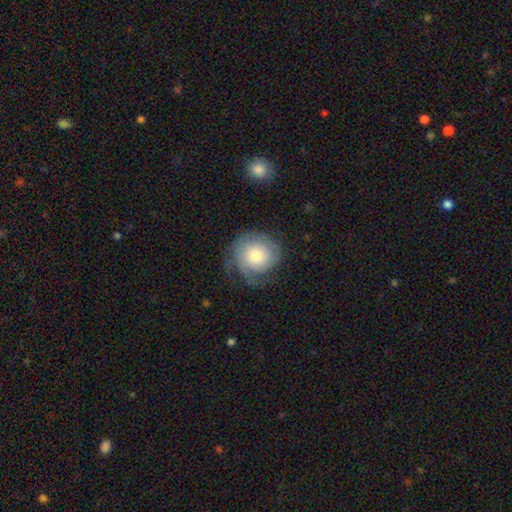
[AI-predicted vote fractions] featured or disk 47%, smooth 46%, star or artifact 8%. Down the decision tree: merging — none (62%).